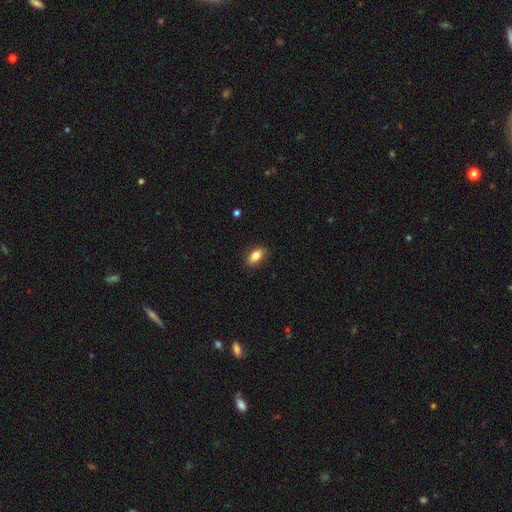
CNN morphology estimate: Smooth or featured? smooth (83%)
How rounded? in between (88%)
Merging? none (86%)